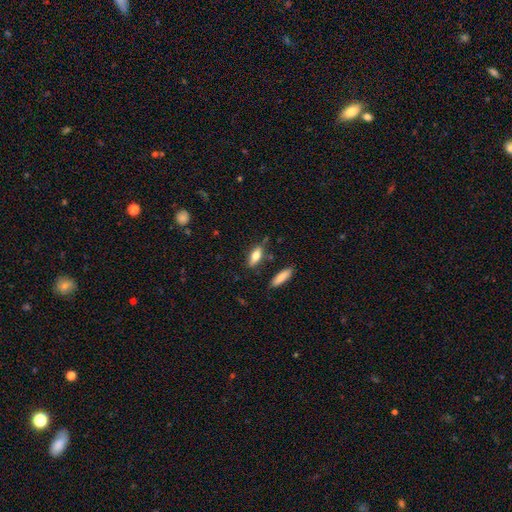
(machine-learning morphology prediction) smooth 67%, featured or disk 26%, star or artifact 7%. Down the decision tree: how rounded — in between (66%); merging — none (75%).